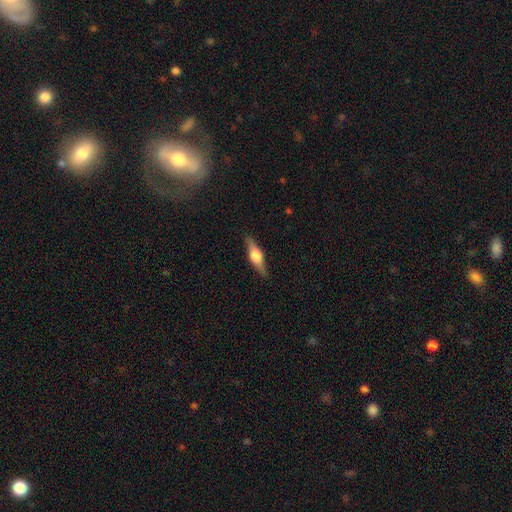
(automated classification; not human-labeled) A featured or disk galaxy (60%) viewed edge-on (94%) with a rounded central bulge (90%).

Vote fractions:
- Smooth or featured? featured or disk: 60% / smooth: 34% / star or artifact: 6%
- Edge-on disk? yes: 94% / no: 6%
- Edge-on bulge? rounded: 90% / boxy: 8% / none: 2%
- Merging? none: 87% / minor disturbance: 10% / major disturbance: 2% / merger: 1%